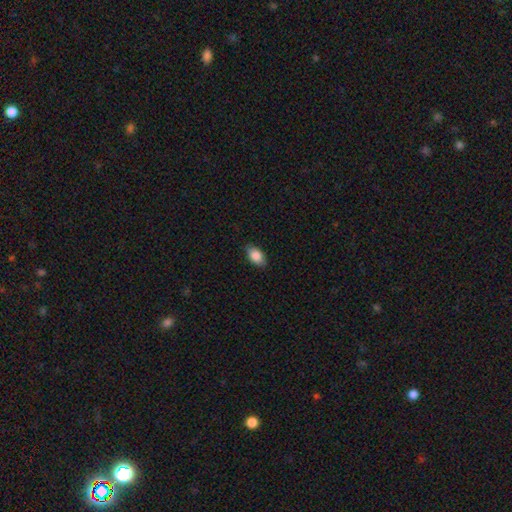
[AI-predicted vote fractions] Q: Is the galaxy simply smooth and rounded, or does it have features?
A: smooth — 85%.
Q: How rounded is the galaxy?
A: in between — 91%.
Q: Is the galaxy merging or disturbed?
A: none — 85%.